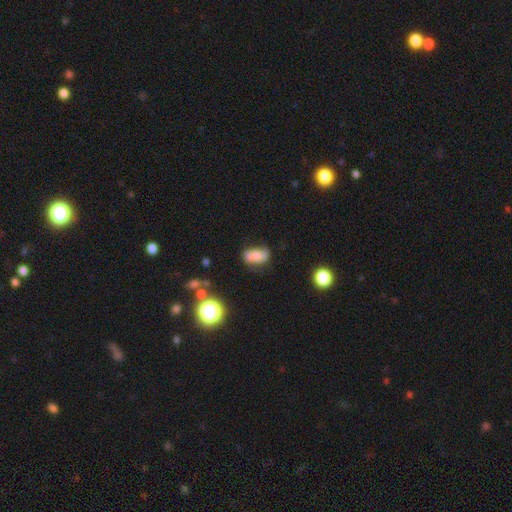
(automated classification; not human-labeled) Smooth or featured?
  - smooth: 65% *
  - featured or disk: 24%
  - star or artifact: 12%
How rounded?
  - in between: 86% *
  - round: 8%
  - cigar-shaped: 6%
Merging?
  - none: 52% *
  - minor disturbance: 29%
  - merger: 10%
  - major disturbance: 9%